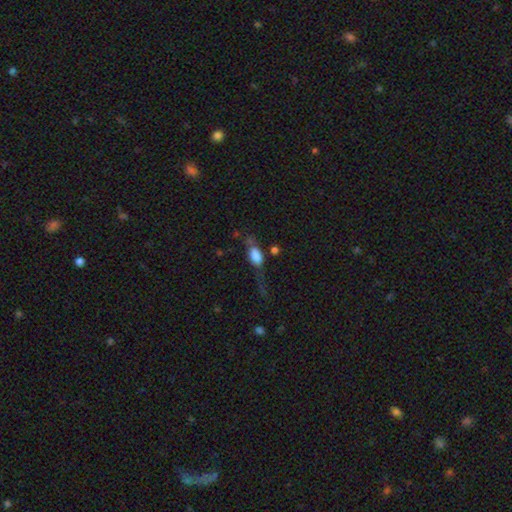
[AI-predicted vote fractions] This is likely a smooth galaxy (68%). How rounded: clearly in between (81%). Merging: marginally major disturbance (36%).